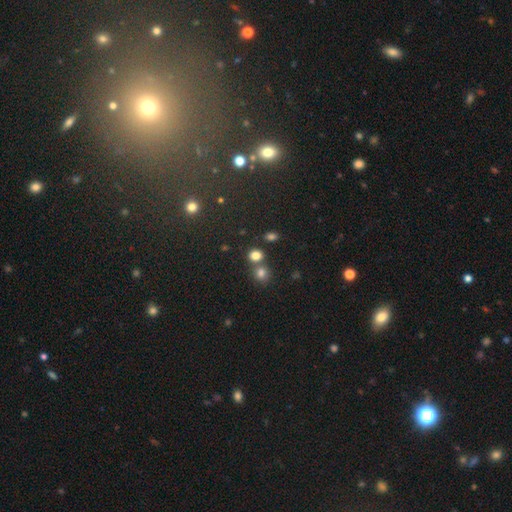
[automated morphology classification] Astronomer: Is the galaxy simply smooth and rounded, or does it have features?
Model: smooth — 78%.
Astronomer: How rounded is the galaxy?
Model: round — 73%.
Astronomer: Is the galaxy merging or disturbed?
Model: none — 60%.